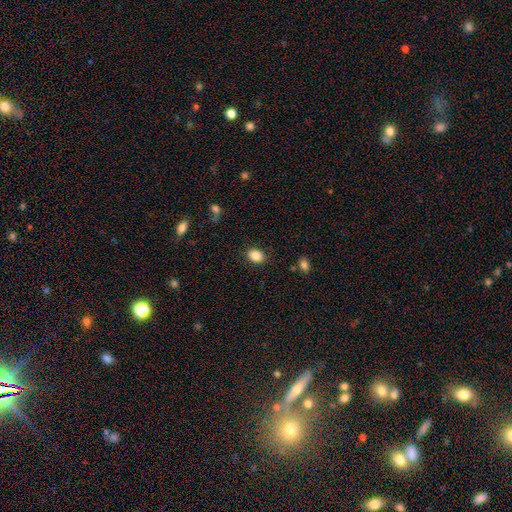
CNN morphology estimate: This is clearly a smooth galaxy (85%). How rounded: possibly in between (59%). Merging: clearly none (86%).